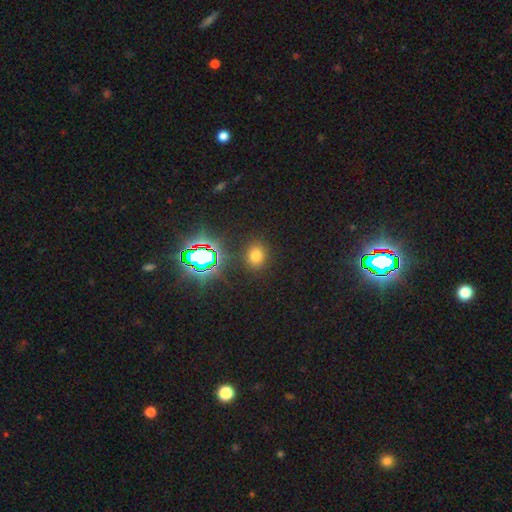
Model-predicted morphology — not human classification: A smooth galaxy with no disk features (67%) that is round (62%). Merging: none (87%).